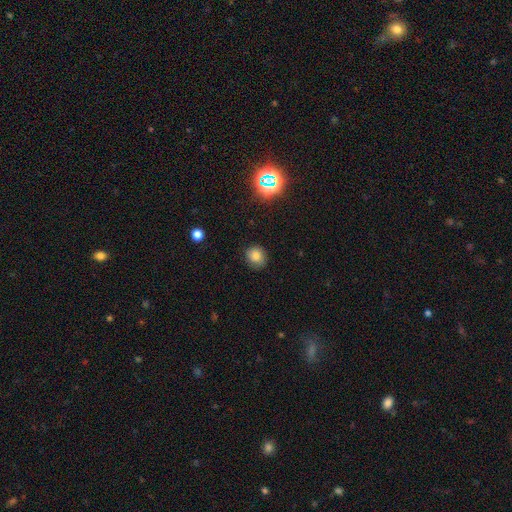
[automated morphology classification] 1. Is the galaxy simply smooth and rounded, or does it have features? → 80% smooth, 14% star or artifact, 6% featured or disk.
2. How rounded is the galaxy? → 78% round, 21% in between, 1% cigar-shaped.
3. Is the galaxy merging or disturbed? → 85% none, 11% minor disturbance, 3% major disturbance, 1% merger.